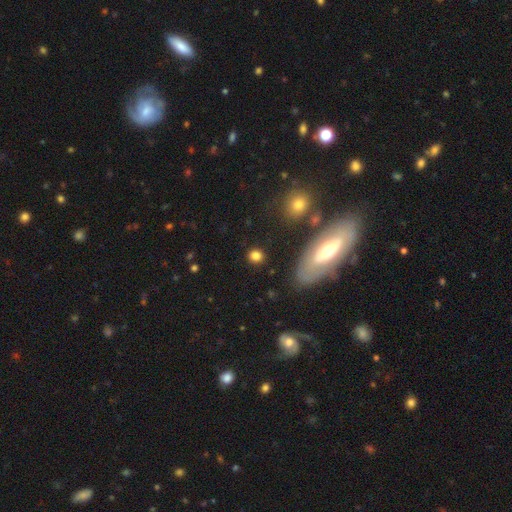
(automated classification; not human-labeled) Smooth or featured? smooth (80%)
How rounded? round (79%)
Merging? none (85%)